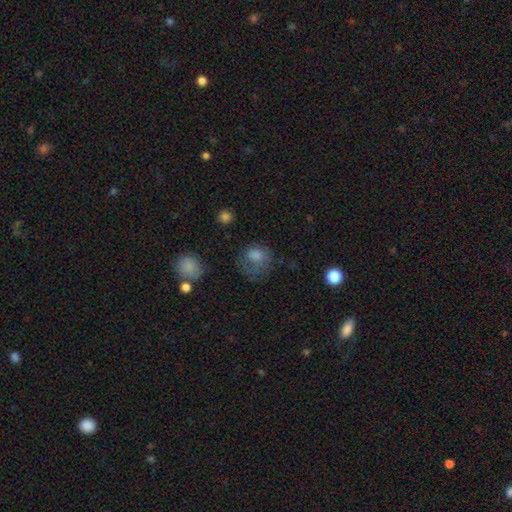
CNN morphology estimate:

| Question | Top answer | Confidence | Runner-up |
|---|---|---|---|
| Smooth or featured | smooth | 70% | featured or disk (15%) |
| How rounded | round | 70% | in between (29%) |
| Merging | none | 46% | major disturbance (26%) |